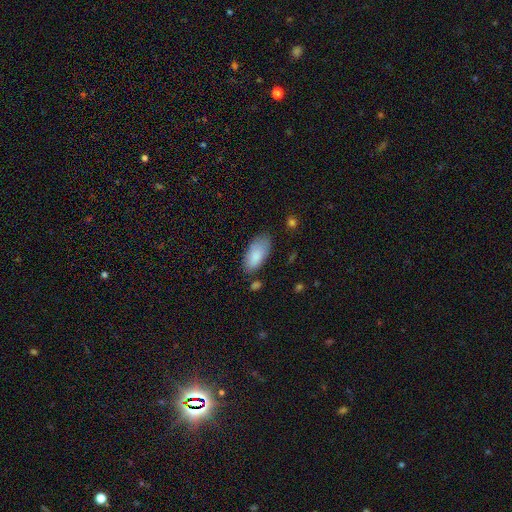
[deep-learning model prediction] This appears to be a smooth galaxy with no disk features (86%) that is in between round and cigar-shaped (91%). Merging: none (72%).